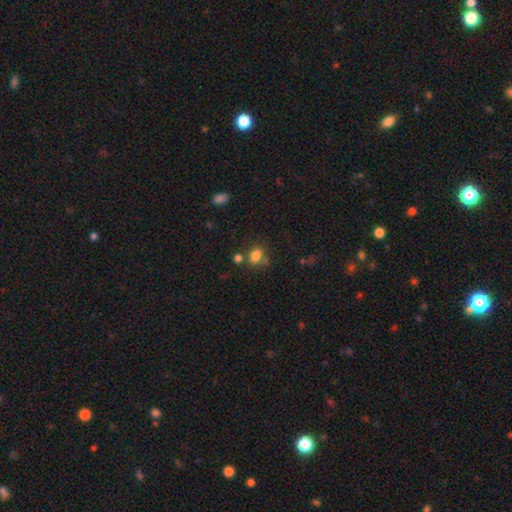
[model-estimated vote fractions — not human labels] Morphology: type=smooth (81%); roundness=in between (50%); merging=none (62%).